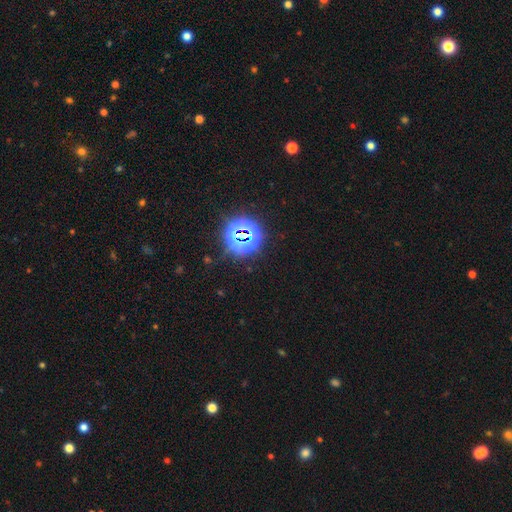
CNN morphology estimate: Overall: star or artifact (84%).